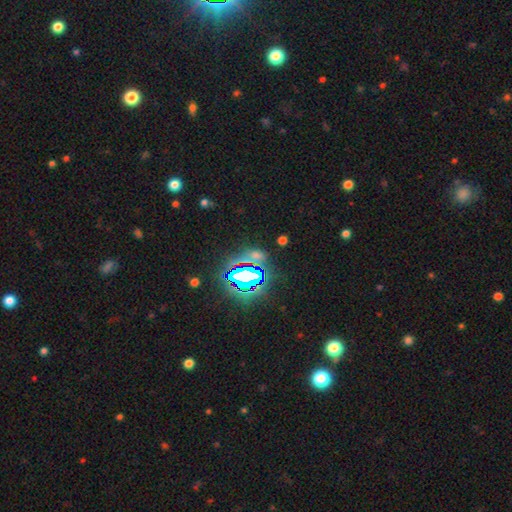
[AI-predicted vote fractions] This appears to be a star or artifact, not a galaxy (67%).